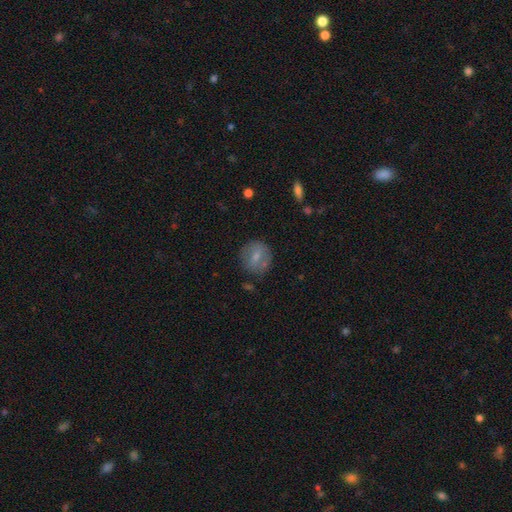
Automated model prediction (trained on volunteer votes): Smooth or featured? Predicted: smooth (p=0.64). How rounded? Predicted: round (p=0.84). Merging? Predicted: none (p=0.78).